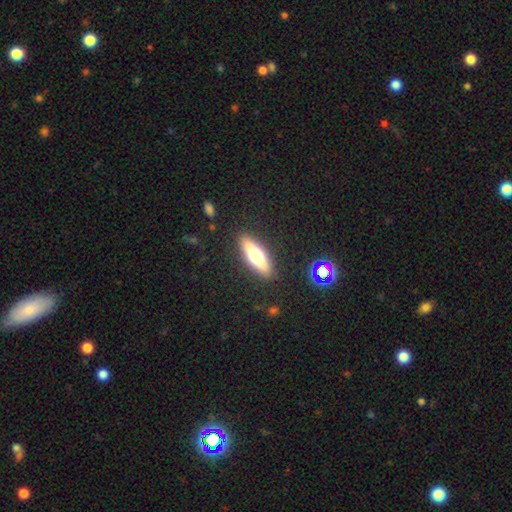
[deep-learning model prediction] Overall: smooth (54%; featured or disk 38%). How rounded: cigar-shaped (57%; in between 40%). Merging: none (88%).